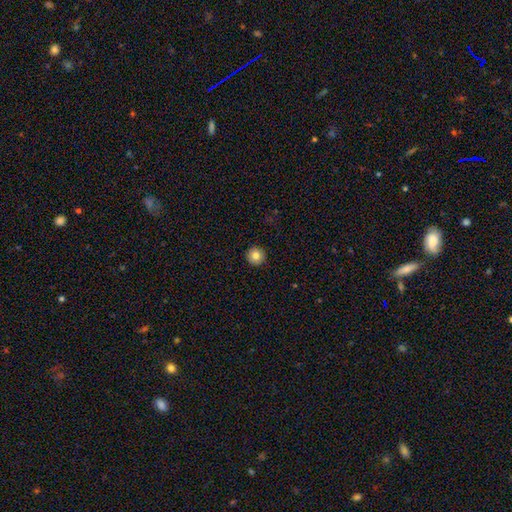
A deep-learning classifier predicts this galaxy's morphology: This is clearly a smooth galaxy (82%). How rounded: clearly round (96%). Merging: clearly none (93%).